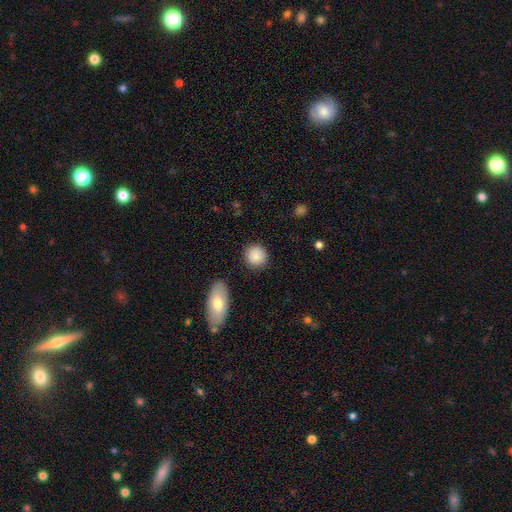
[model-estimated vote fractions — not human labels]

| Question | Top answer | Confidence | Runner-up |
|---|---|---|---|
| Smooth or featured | smooth | 87% | star or artifact (8%) |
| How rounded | round | 89% | in between (10%) |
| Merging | none | 87% | minor disturbance (8%) |